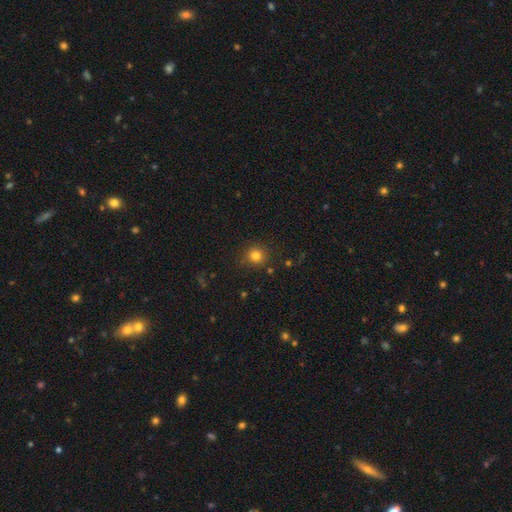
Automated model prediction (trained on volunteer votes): smooth 80%, star or artifact 14%, featured or disk 6%. Down the decision tree: how rounded — round (92%); merging — none (86%).